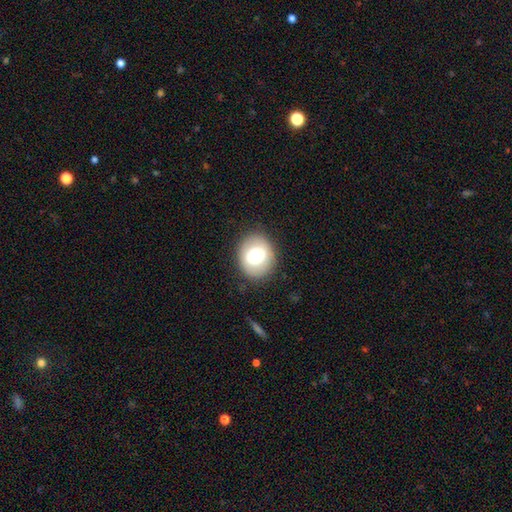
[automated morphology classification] Smooth or featured?
  - smooth: 71% *
  - featured or disk: 21%
  - star or artifact: 8%
How rounded?
  - round: 68% *
  - in between: 31%
  - cigar-shaped: 1%
Merging?
  - none: 87% *
  - minor disturbance: 9%
  - major disturbance: 3%
  - merger: 1%